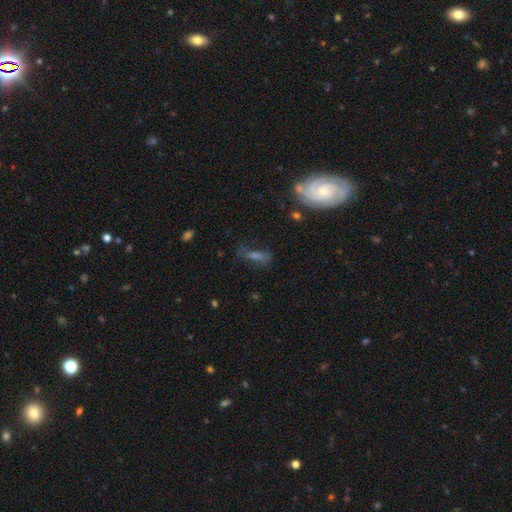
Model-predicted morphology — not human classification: This appears to be a featured or disk galaxy (49%). Merging: none (61%).